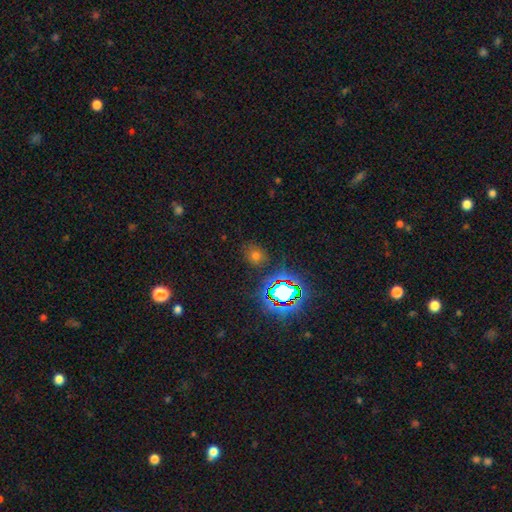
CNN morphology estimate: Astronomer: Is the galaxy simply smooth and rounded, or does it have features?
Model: smooth — 56% (runner-up: star or artifact, 37%).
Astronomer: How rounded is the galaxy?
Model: round — 70%.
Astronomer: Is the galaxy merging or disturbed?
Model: none — 82%.